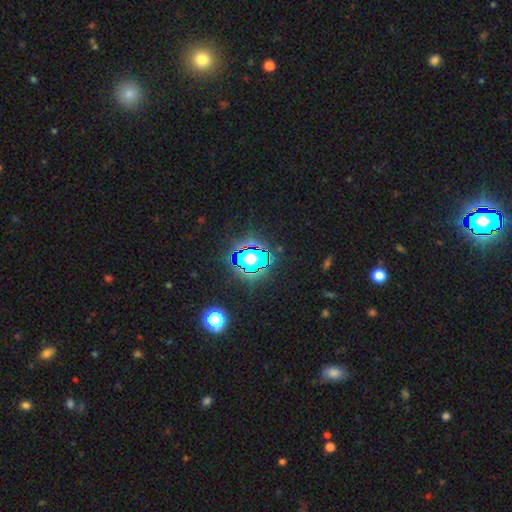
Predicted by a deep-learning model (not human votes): smooth_or_featured: star or artifact (p=0.77) [alt: smooth p=0.15]